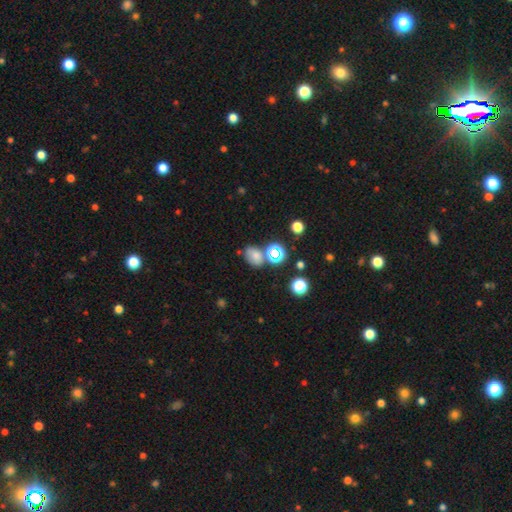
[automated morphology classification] Smooth or featured? Predicted: smooth (p=0.65). How rounded? Predicted: in between (p=0.68). Merging? Predicted: none (p=0.63).